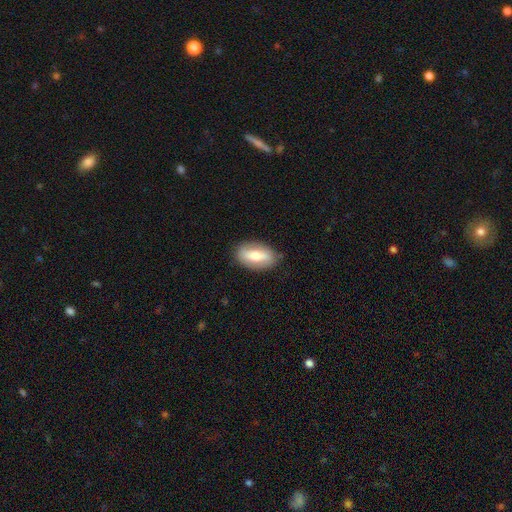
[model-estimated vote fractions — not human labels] This appears to be a smooth galaxy with no disk features (59%) that is in between round and cigar-shaped (88%). Merging: none (82%).